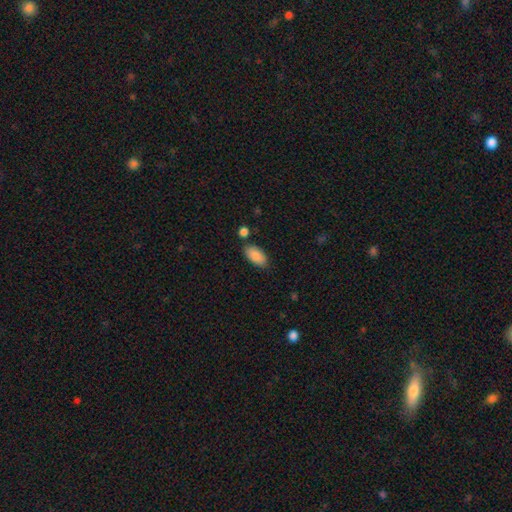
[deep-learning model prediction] The model was most divided on "merging": none: 79%, minor disturbance: 12%, merger: 5%, major disturbance: 3%. More confident: how rounded — in between (93%); smooth or featured — smooth (89%).